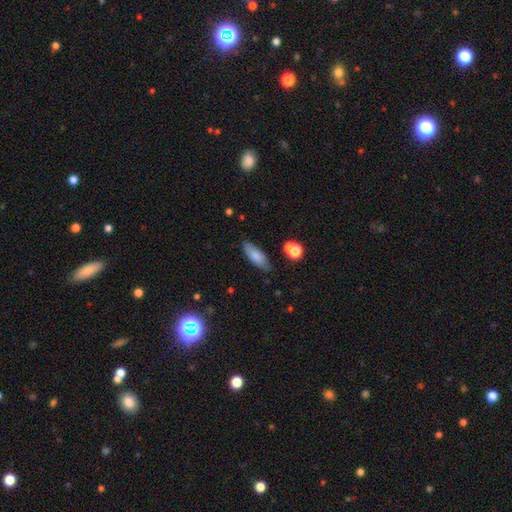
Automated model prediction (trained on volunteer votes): smooth 77%, featured or disk 16%, star or artifact 8%. Down the decision tree: how rounded — in between (66%); merging — none (80%).